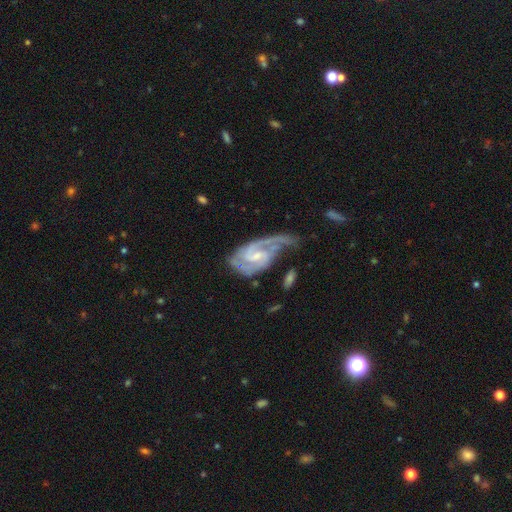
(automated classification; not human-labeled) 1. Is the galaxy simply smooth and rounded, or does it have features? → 90% featured or disk, 6% smooth, 4% star or artifact.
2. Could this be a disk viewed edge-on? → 97% no, 3% yes.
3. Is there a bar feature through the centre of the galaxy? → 57% weak, 25% no, 18% strong.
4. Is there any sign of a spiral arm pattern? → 97% yes, 3% no.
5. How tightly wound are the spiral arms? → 51% medium, 34% tight, 15% loose.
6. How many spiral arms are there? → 75% 2, 8% 3, 7% can't tell, 6% 1, 2% 4, 2% more than 4.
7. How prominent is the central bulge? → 56% small, 29% moderate, 12% none, 2% large, 1% dominant.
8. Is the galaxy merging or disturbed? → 46% none, 27% minor disturbance, 22% major disturbance, 5% merger.